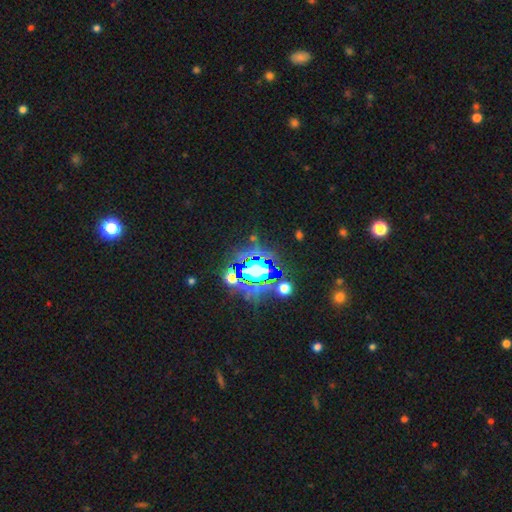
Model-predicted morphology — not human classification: Smooth or featured? star or artifact (82%)